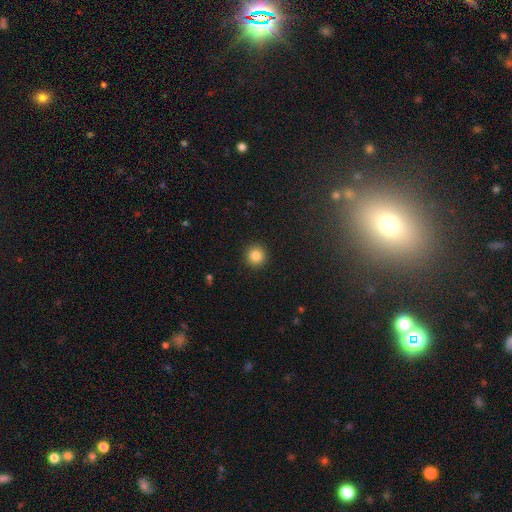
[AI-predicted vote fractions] smooth-or-featured: smooth: 85% | star or artifact: 11% | featured or disk: 5%
  how-rounded: round: 95% | in between: 4% | cigar-shaped: 1%
  merging: none: 93% | minor disturbance: 4% | major disturbance: 2% | merger: 1%